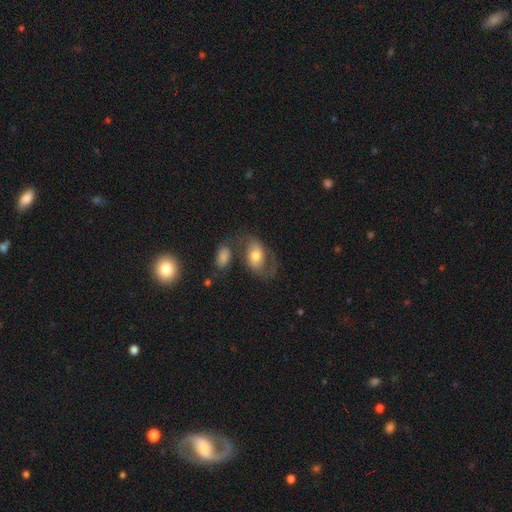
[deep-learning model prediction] Q: Smooth or featured?
A: featured or disk (55%); runner-up: smooth (38%)
Q: Edge-on disk?
A: no (95%); runner-up: yes (5%)
Q: Bar?
A: no (62%); runner-up: weak (27%)
Q: Spiral arms?
A: yes (72%); runner-up: no (28%)
Q: Bulge size?
A: moderate (69%); runner-up: large (17%)
Q: Merging?
A: none (49%); runner-up: minor disturbance (20%)